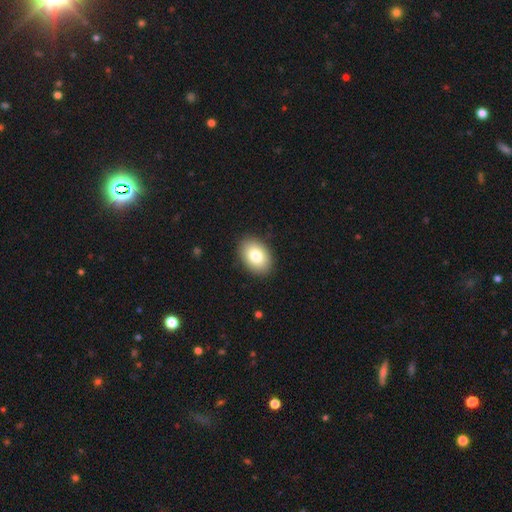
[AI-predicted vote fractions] This appears to be a smooth galaxy with no disk features (82%) that is in between round and cigar-shaped (83%). Merging: none (90%).